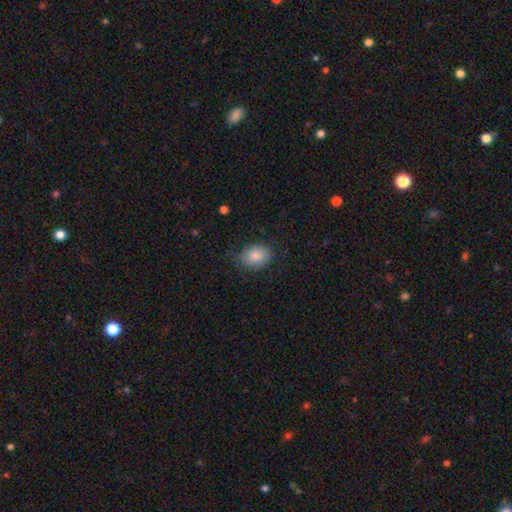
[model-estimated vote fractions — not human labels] This appears to be a smooth galaxy with no disk features (86%) that is in between round and cigar-shaped (73%). Merging: none (74%).